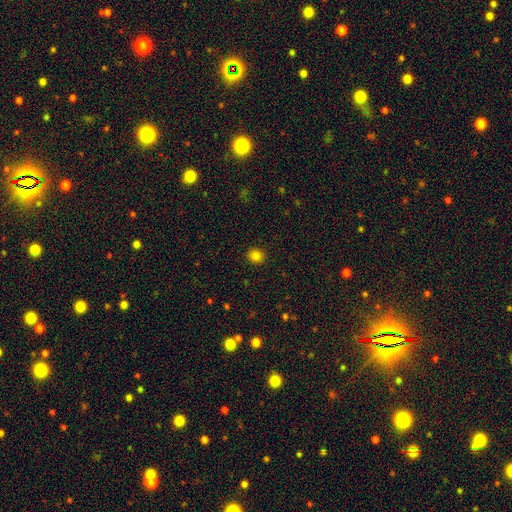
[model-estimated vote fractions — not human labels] smooth-or-featured: smooth: 83% | star or artifact: 13% | featured or disk: 4%
  how-rounded: round: 90% | in between: 9% | cigar-shaped: 1%
  merging: none: 92% | minor disturbance: 5% | major disturbance: 2% | merger: 1%